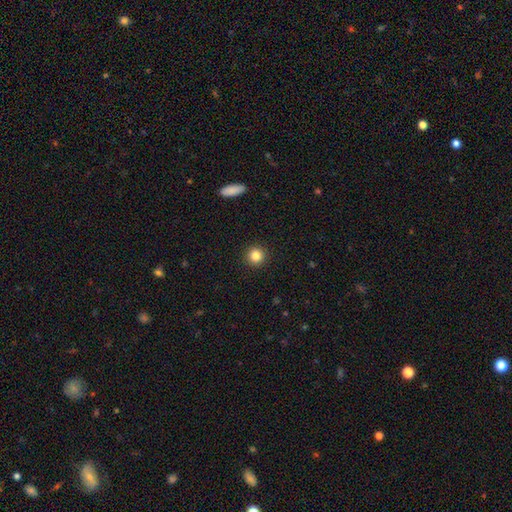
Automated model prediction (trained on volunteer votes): smooth_or_featured: smooth (p=0.84) [alt: star or artifact p=0.11]
how_rounded: round (p=0.94) [alt: in between p=0.05]
merging: none (p=0.93) [alt: minor disturbance p=0.05]